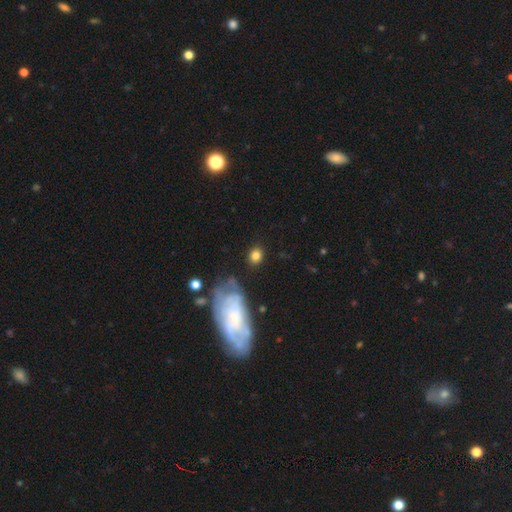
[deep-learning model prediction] smooth 79%, featured or disk 12%, star or artifact 9%. Down the decision tree: how rounded — round (54%); merging — none (78%).